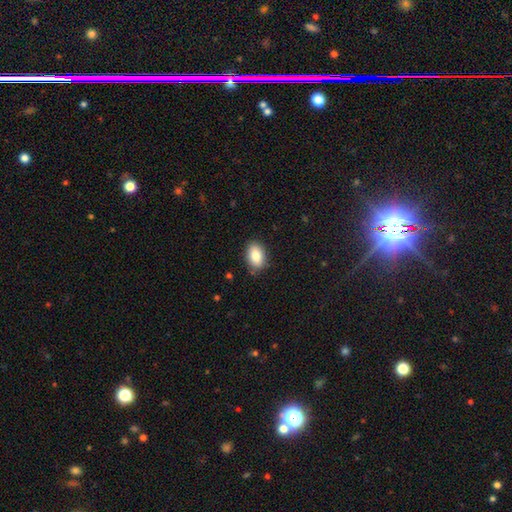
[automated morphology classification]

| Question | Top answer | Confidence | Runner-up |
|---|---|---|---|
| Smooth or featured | smooth | 86% | star or artifact (7%) |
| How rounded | in between | 89% | round (10%) |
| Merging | none | 85% | minor disturbance (12%) |